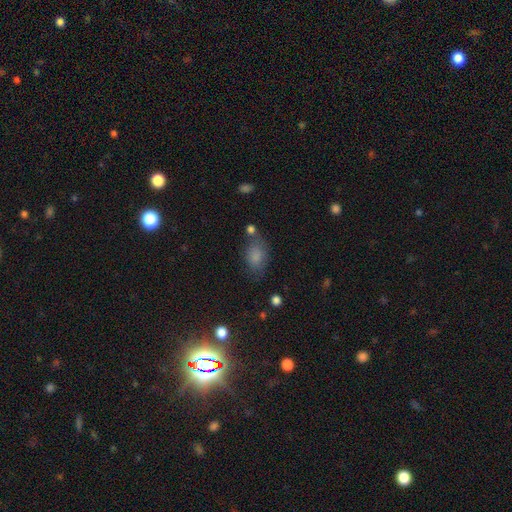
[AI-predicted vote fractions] Overall: smooth (80%). How rounded: in between (83%). Merging: none (61%; minor disturbance 22%).